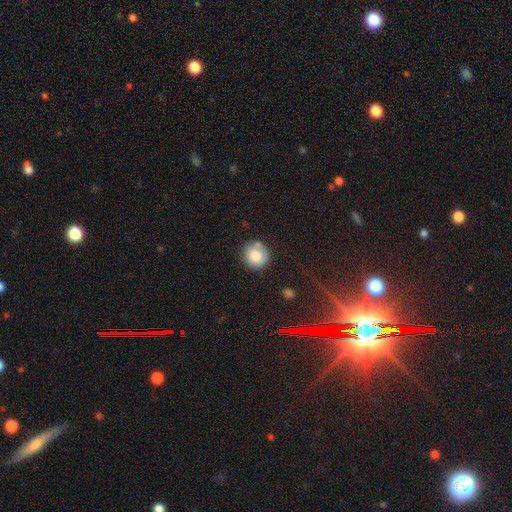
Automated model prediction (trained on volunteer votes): A smooth galaxy with no disk features (82%) that is round (90%). Merging: none (74%).